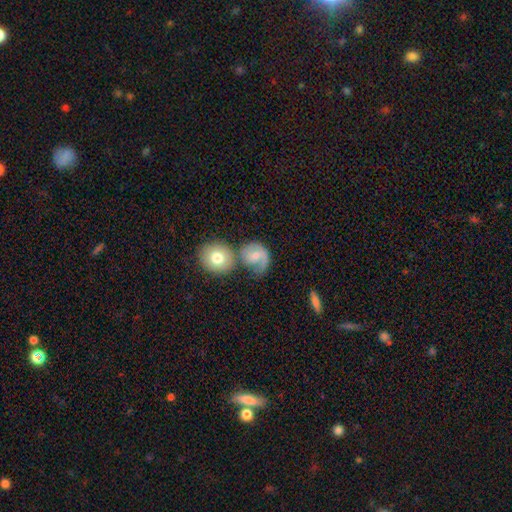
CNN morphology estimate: The model was most divided on "smooth or featured": featured or disk: 48%, smooth: 45%, star or artifact: 8%. Remaining: merging — none (39%).